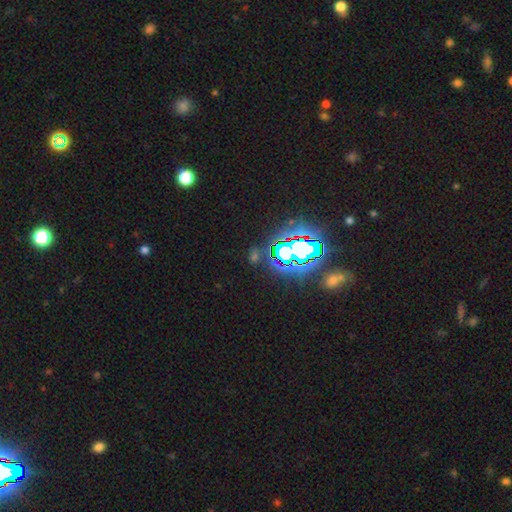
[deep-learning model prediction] star or artifact 70%, smooth 17%, featured or disk 12%.